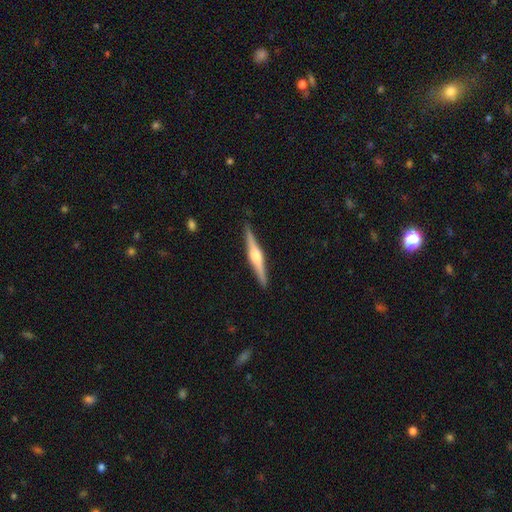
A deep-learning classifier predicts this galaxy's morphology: A featured or disk galaxy (78%) viewed edge-on (98%) with a rounded central bulge (84%).

Vote fractions:
- Smooth or featured? featured or disk: 78% / smooth: 17% / star or artifact: 5%
- Edge-on disk? yes: 98% / no: 2%
- Edge-on bulge? rounded: 84% / boxy: 12% / none: 4%
- Merging? none: 91% / minor disturbance: 7% / major disturbance: 1% / merger: 1%